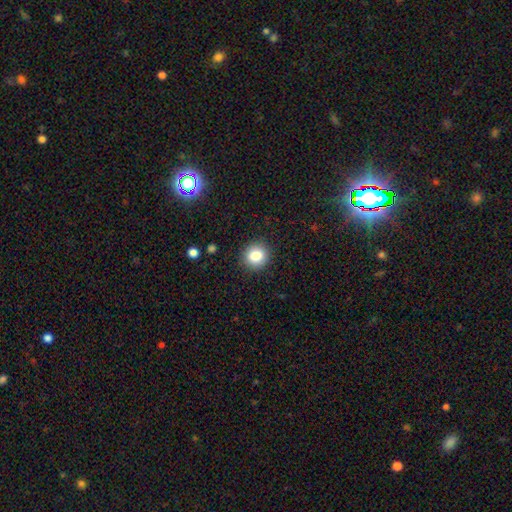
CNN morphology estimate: smooth-or-featured: smooth: 84% | star or artifact: 10% | featured or disk: 6%
  how-rounded: round: 87% | in between: 12% | cigar-shaped: 1%
  merging: none: 90% | minor disturbance: 7% | major disturbance: 2% | merger: 1%